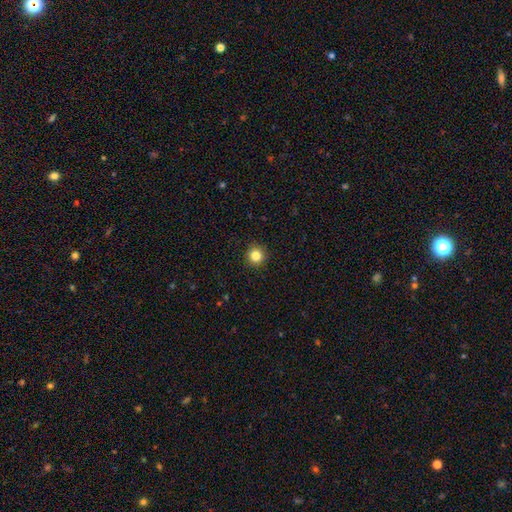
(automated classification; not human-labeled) A smooth galaxy with no disk features (84%) that is round (95%). Merging: none (92%).